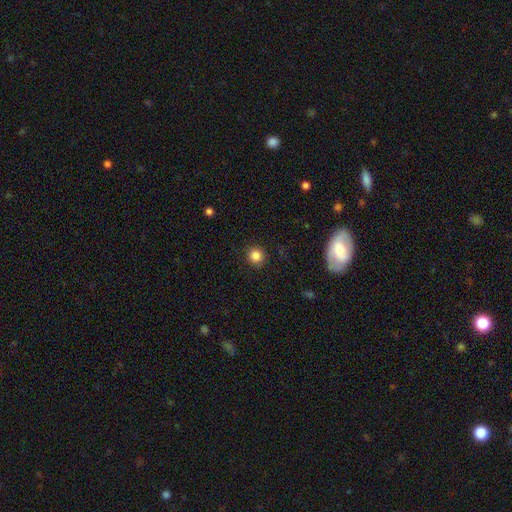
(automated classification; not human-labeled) Smooth or featured: smooth — 84% (star or artifact — 11%)
How rounded: round — 92% (in between — 7%)
Merging: none — 91% (minor disturbance — 6%)